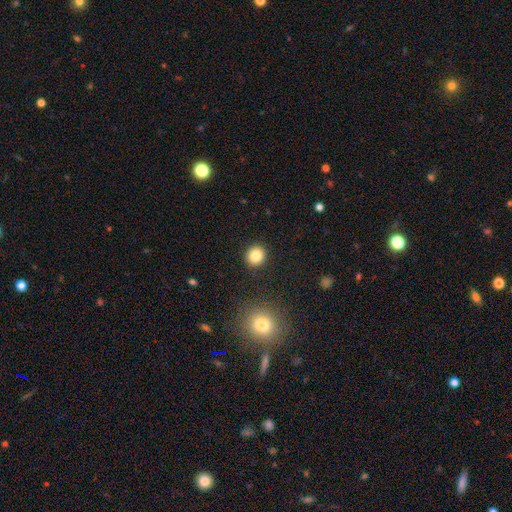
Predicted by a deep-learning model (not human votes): This is clearly a smooth galaxy (83%). How rounded: clearly round (90%). Merging: clearly none (92%).